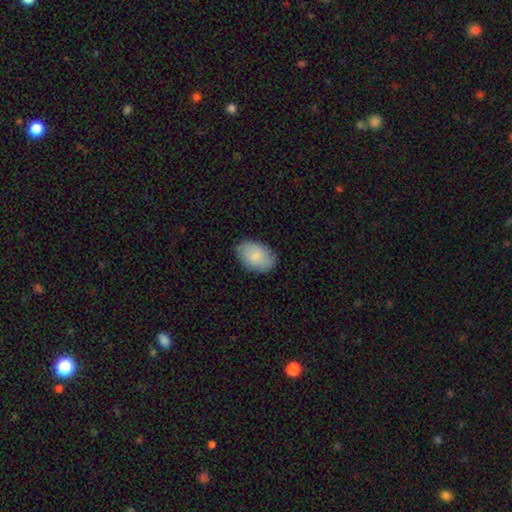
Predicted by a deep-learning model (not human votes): A smooth galaxy with no disk features (81%) that is in between round and cigar-shaped (87%).

Vote fractions:
- Smooth or featured? smooth: 81% / featured or disk: 13% / star or artifact: 6%
- How rounded? in between: 87% / round: 12% / cigar-shaped: 1%
- Merging? none: 78% / minor disturbance: 18% / major disturbance: 3% / merger: 1%